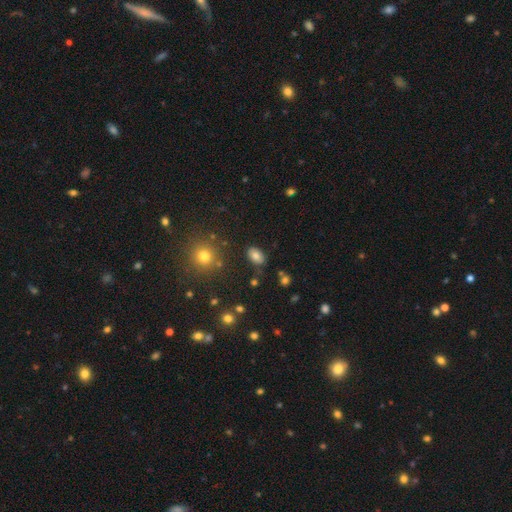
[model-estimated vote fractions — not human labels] A smooth galaxy with no disk features (79%) that is in between round and cigar-shaped (87%). Merging: none (82%).